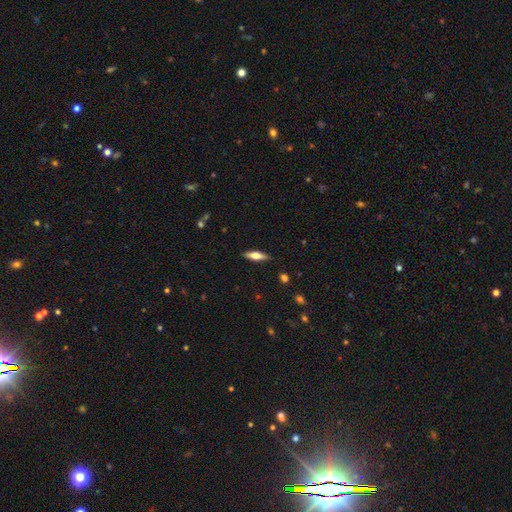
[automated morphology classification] Q: Smooth or featured?
A: featured or disk (52%); runner-up: smooth (42%)
Q: Edge-on disk?
A: yes (93%); runner-up: no (7%)
Q: Merging?
A: none (88%); runner-up: minor disturbance (8%)